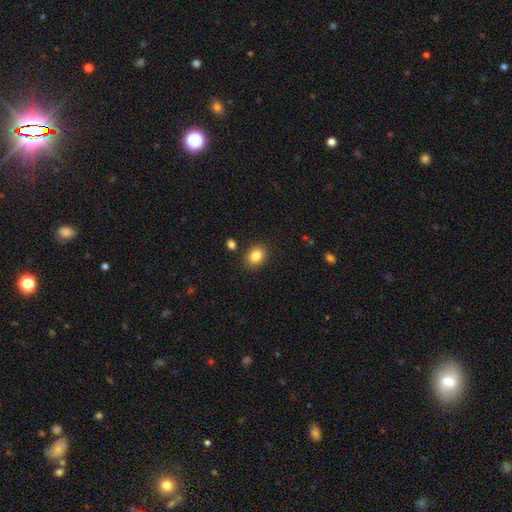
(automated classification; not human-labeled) The model was most divided on "how rounded": in between: 69%, round: 30%, cigar-shaped: 1%. More confident: merging — none (86%); smooth or featured — smooth (85%).